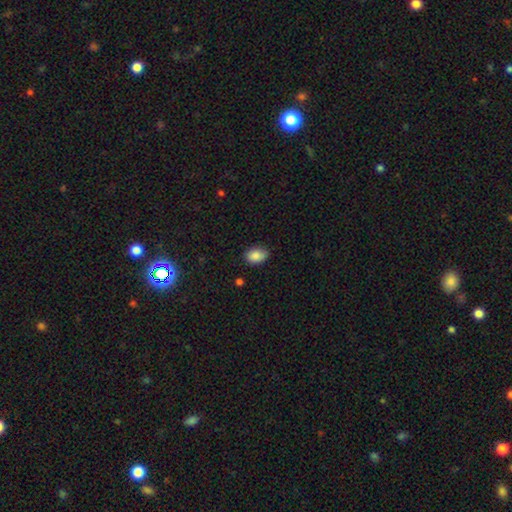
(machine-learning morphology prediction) smooth_or_featured: smooth (p=0.88) [alt: star or artifact p=0.08]
how_rounded: in between (p=0.82) [alt: round p=0.17]
merging: none (p=0.77) [alt: minor disturbance p=0.19]